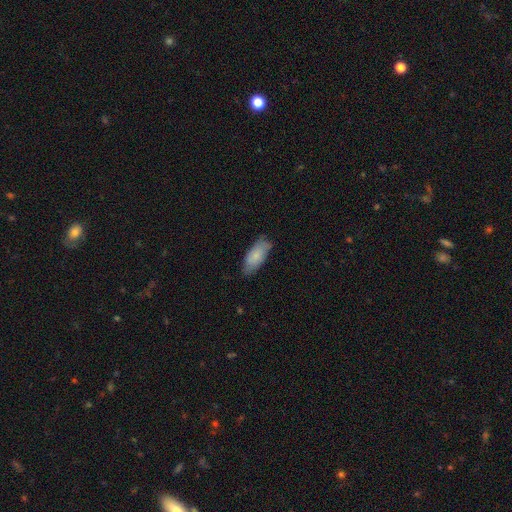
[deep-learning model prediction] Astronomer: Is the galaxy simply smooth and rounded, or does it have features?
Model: smooth — 79%.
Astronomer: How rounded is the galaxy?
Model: in between — 83%.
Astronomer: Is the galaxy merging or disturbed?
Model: none — 75%.